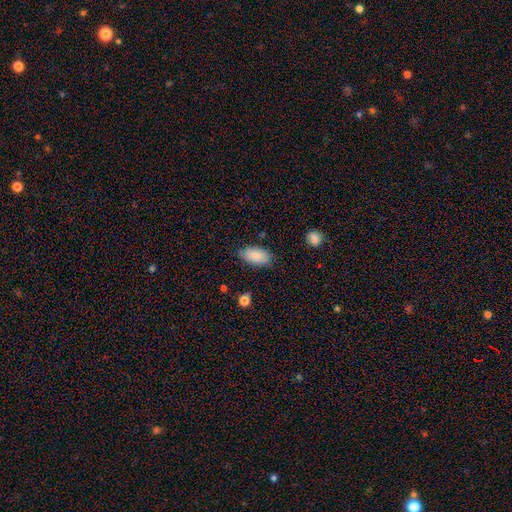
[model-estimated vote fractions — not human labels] smooth-or-featured: smooth: 86% | featured or disk: 7% | star or artifact: 7%
  how-rounded: in between: 94% | cigar-shaped: 3% | round: 3%
  merging: none: 80% | minor disturbance: 15% | major disturbance: 3% | merger: 1%